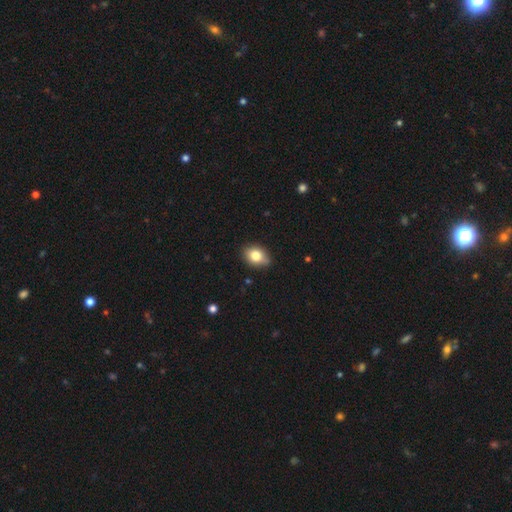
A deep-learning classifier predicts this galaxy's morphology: smooth 80%, featured or disk 11%, star or artifact 9%. Down the decision tree: how rounded — in between (68%); merging — none (80%).